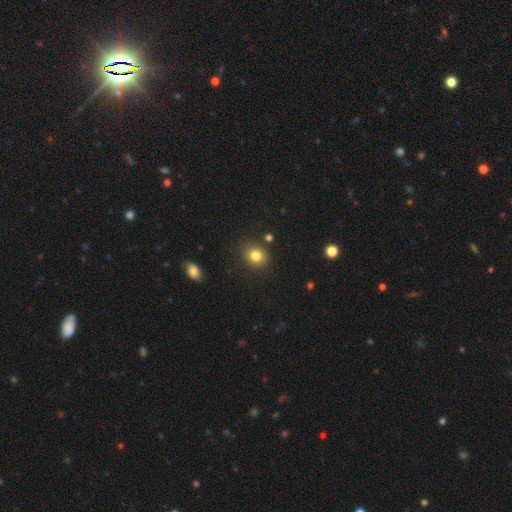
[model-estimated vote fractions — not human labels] The model was most divided on "how rounded": round: 69%, in between: 30%, cigar-shaped: 1%. More confident: merging — none (84%); smooth or featured — smooth (81%).